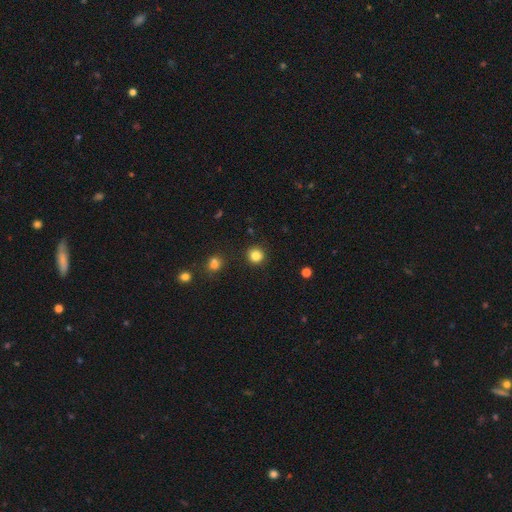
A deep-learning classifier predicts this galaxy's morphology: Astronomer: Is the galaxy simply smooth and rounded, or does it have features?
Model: smooth — 83%.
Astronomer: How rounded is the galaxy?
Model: round — 93%.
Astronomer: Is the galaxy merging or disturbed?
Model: none — 90%.